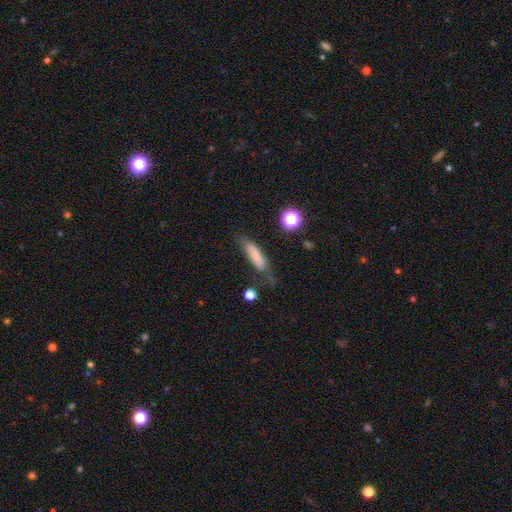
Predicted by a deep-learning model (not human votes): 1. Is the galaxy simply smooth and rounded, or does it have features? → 75% smooth, 15% featured or disk, 10% star or artifact.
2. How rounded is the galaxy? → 63% cigar-shaped, 34% in between, 3% round.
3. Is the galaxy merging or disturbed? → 54% none, 28% minor disturbance, 14% major disturbance, 4% merger.